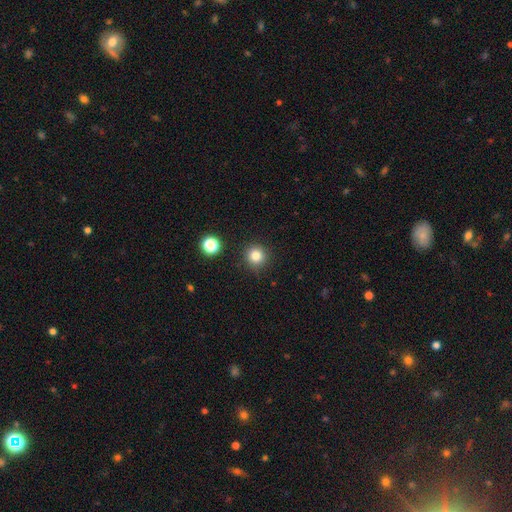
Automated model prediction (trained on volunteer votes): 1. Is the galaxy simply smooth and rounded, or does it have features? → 82% smooth, 13% star or artifact, 6% featured or disk.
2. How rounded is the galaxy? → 94% round, 5% in between, 1% cigar-shaped.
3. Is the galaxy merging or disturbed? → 89% none, 7% minor disturbance, 2% major disturbance, 2% merger.